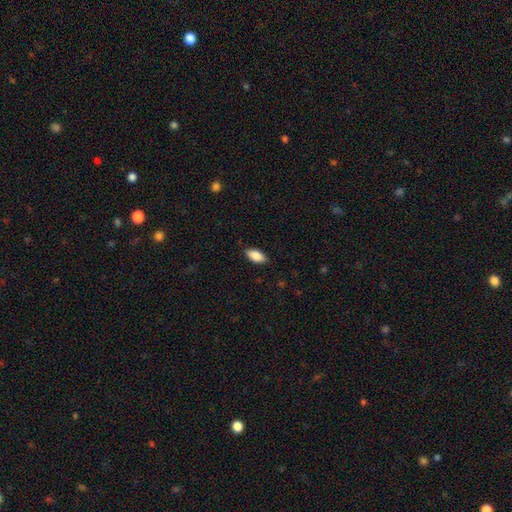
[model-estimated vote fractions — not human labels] smooth 85%, featured or disk 8%, star or artifact 7%. Down the decision tree: how rounded — in between (90%); merging — none (86%).